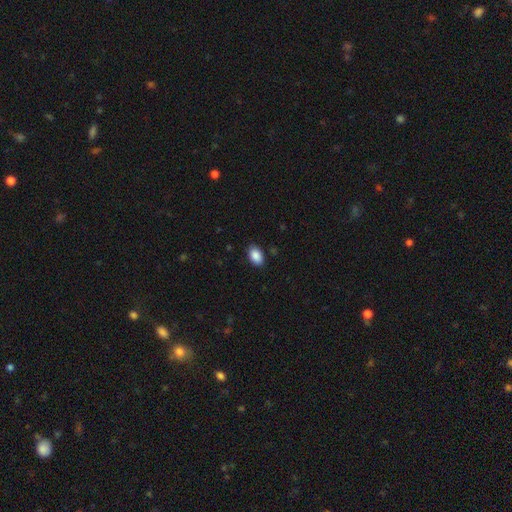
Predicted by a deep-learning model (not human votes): smooth 89%, star or artifact 7%, featured or disk 3%. Down the decision tree: how rounded — in between (91%); merging — none (88%).